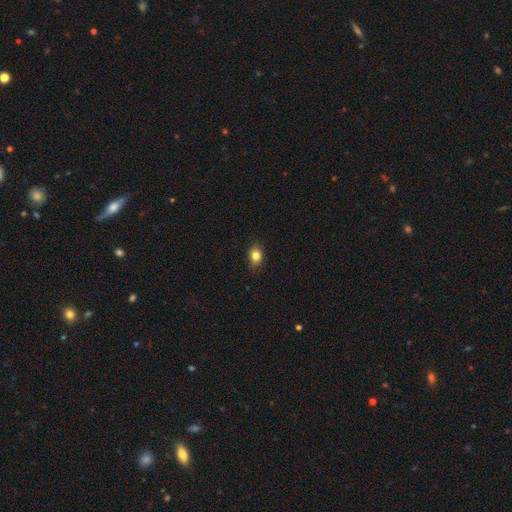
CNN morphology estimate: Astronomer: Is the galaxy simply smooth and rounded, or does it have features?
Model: smooth — 82%.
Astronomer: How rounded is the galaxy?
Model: in between — 64%.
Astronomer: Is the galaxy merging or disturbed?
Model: none — 87%.